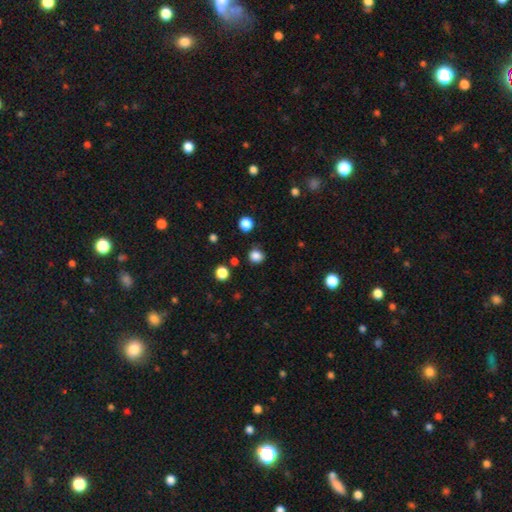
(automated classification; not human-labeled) A smooth galaxy with no disk features (84%) that is round (77%). Merging: none (84%).